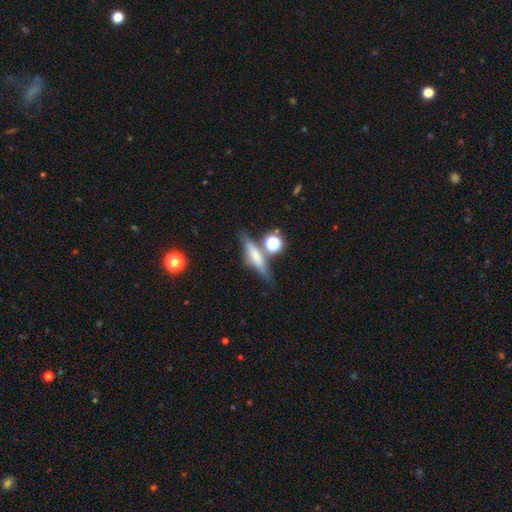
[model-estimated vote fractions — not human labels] smooth_or_featured: smooth (p=0.52) [alt: featured or disk p=0.38]
how_rounded: cigar-shaped (p=0.69) [alt: in between p=0.23]
merging: none (p=0.65) [alt: minor disturbance p=0.15]